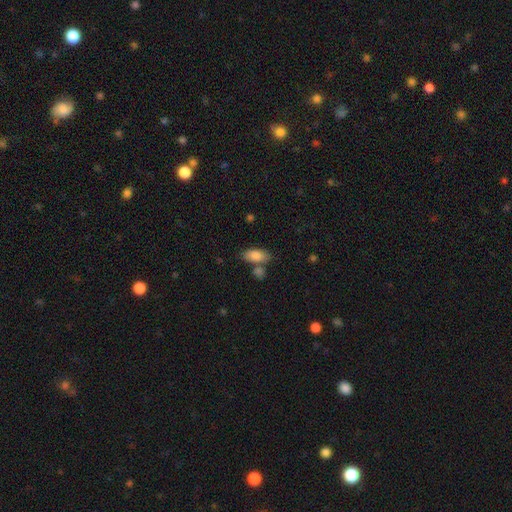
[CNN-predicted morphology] smooth_or_featured: smooth (p=0.84) [alt: featured or disk p=0.09]
how_rounded: in between (p=0.88) [alt: cigar-shaped p=0.09]
merging: none (p=0.65) [alt: merger p=0.18]